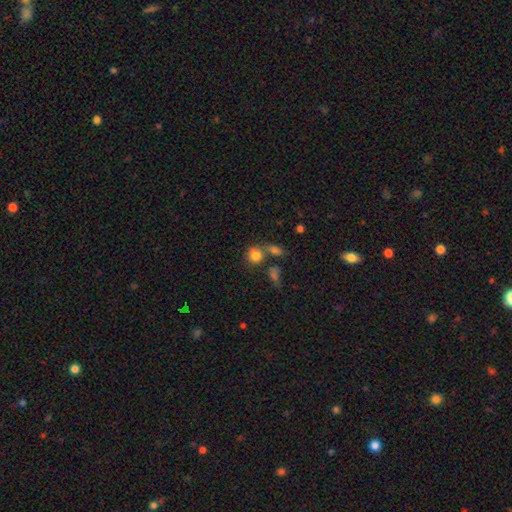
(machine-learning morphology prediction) A smooth galaxy with no disk features (80%) that is round (79%).

Vote fractions:
- Smooth or featured? smooth: 80% / star or artifact: 12% / featured or disk: 9%
- How rounded? round: 79% / in between: 20% / cigar-shaped: 1%
- Merging? none: 52% / merger: 29% / minor disturbance: 13% / major disturbance: 6%